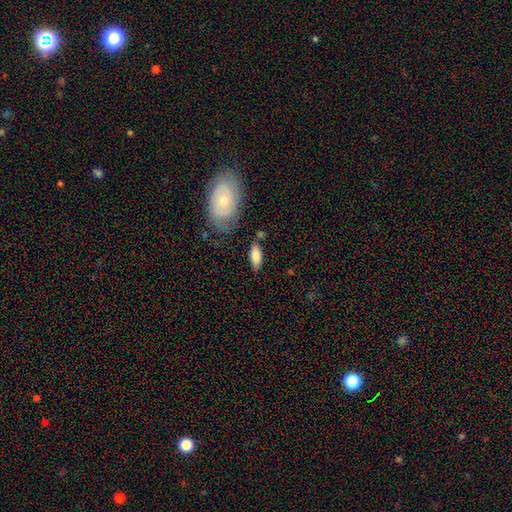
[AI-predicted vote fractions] A smooth galaxy with no disk features (78%) that is in between round and cigar-shaped (76%).

Vote fractions:
- Smooth or featured? smooth: 78% / featured or disk: 16% / star or artifact: 6%
- How rounded? in between: 76% / cigar-shaped: 22% / round: 2%
- Merging? none: 72% / minor disturbance: 17% / merger: 6% / major disturbance: 5%